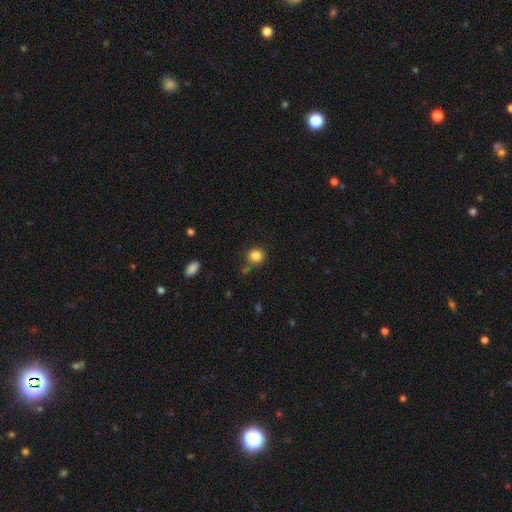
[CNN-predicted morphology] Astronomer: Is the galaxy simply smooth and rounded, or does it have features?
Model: smooth — 84%.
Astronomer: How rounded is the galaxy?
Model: round — 88%.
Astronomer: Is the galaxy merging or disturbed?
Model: none — 77%.